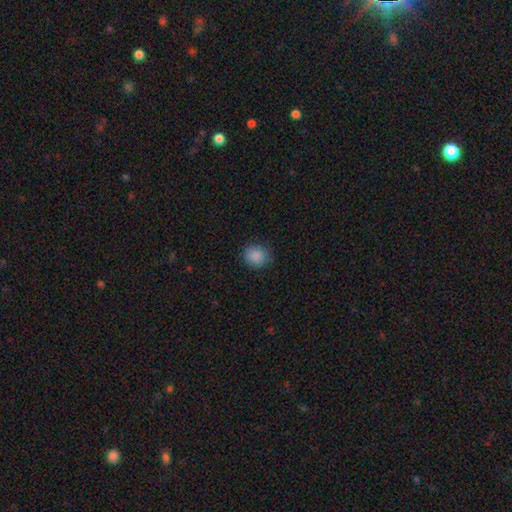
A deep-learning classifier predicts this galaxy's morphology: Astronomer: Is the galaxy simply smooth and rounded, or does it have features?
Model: smooth — 88%.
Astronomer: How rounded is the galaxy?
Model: round — 73%.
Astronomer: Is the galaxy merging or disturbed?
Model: none — 82%.